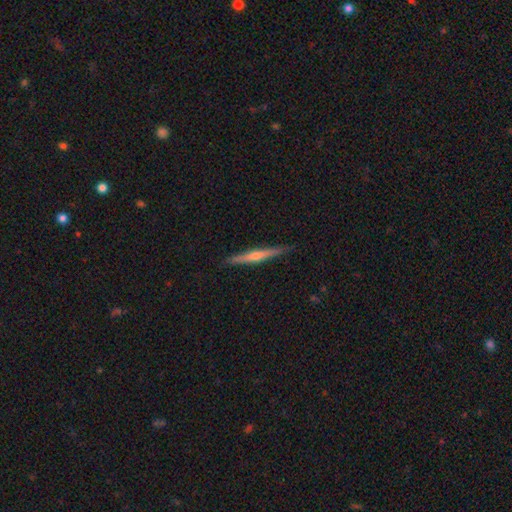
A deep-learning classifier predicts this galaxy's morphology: A featured or disk galaxy (70%) viewed edge-on (98%) with a rounded central bulge (80%). Merging: none (90%).